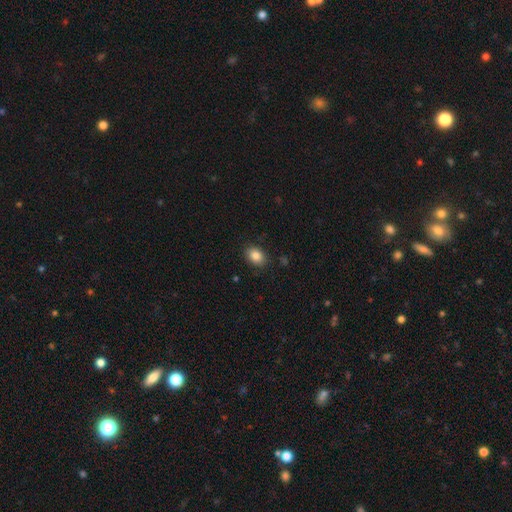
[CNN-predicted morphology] This is clearly a smooth galaxy (85%). How rounded: likely in between (69%). Merging: clearly none (87%).